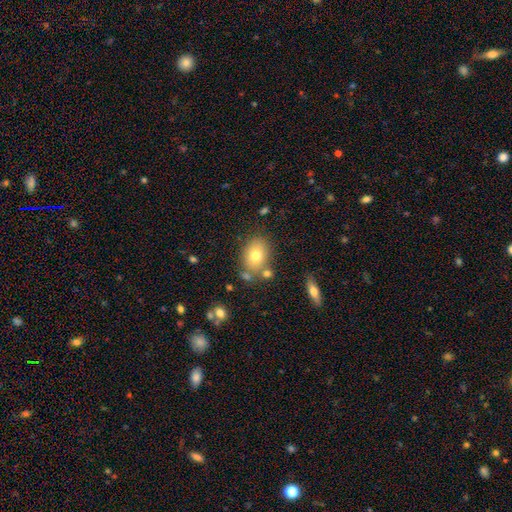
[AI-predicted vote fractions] This is likely a smooth galaxy (74%). How rounded: likely in between (71%). Merging: likely none (70%).